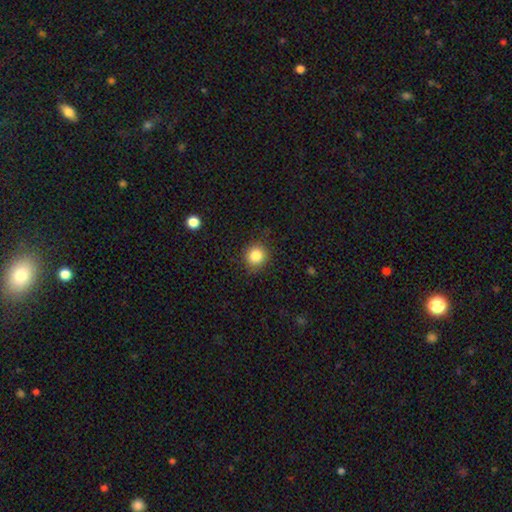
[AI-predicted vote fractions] smooth-or-featured: smooth: 84% | star or artifact: 11% | featured or disk: 5%
  how-rounded: round: 88% | in between: 11% | cigar-shaped: 1%
  merging: none: 87% | minor disturbance: 9% | major disturbance: 3% | merger: 1%